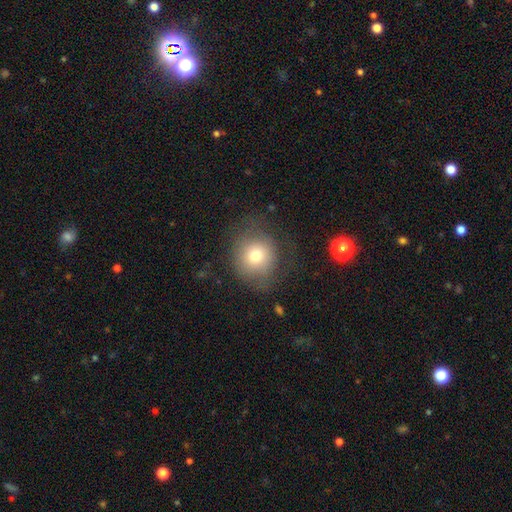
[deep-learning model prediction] Q: Smooth or featured?
A: smooth (71%); runner-up: featured or disk (17%)
Q: How rounded?
A: round (86%); runner-up: in between (13%)
Q: Merging?
A: none (65%); runner-up: minor disturbance (19%)